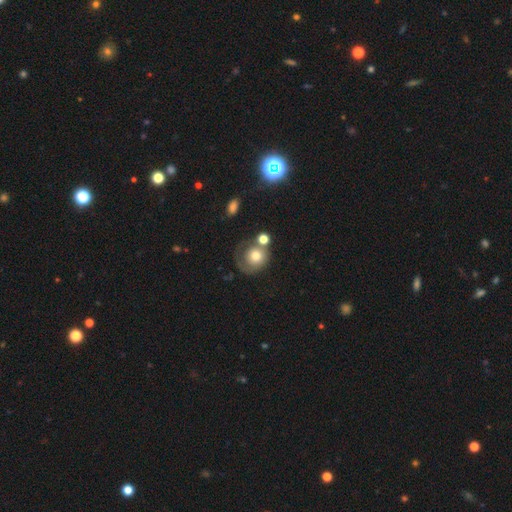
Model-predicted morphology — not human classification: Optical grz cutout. It shows a smooth galaxy with no disk features (63%) that is round (81%). Merging: none (41%).